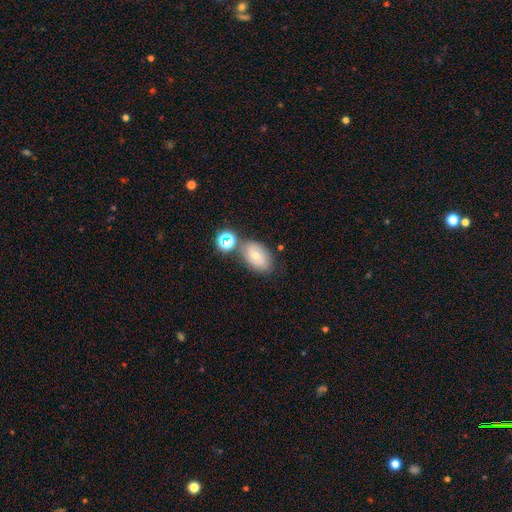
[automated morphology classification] The model was most divided on "smooth or featured": smooth: 59%, featured or disk: 24%, star or artifact: 17%. More confident: how rounded — in between (81%); merging — none (66%).